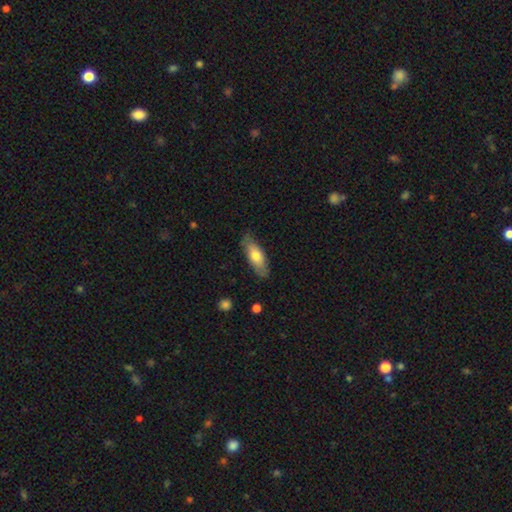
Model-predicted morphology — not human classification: Smooth or featured? Predicted: smooth (p=0.67). How rounded? Predicted: in between (p=0.65). Merging? Predicted: none (p=0.79).